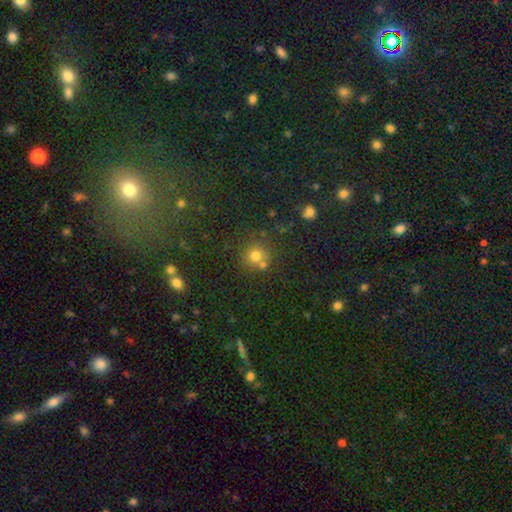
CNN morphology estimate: Smooth or featured? Predicted: smooth (p=0.72). How rounded? Predicted: round (p=0.90). Merging? Predicted: none (p=0.64).